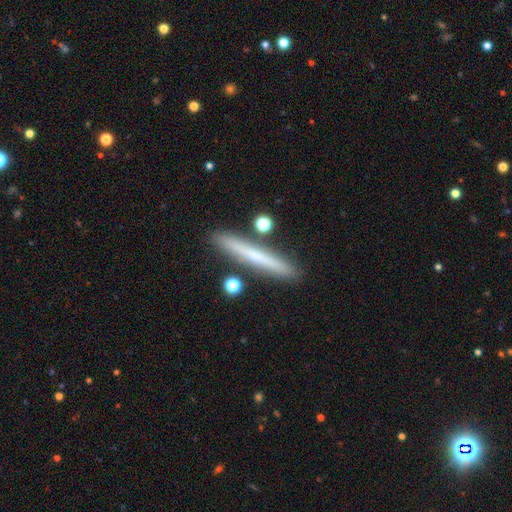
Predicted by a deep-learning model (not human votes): Smooth or featured: smooth — 52% (featured or disk — 40%)
How rounded: cigar-shaped — 95% (in between — 4%)
Merging: none — 86% (minor disturbance — 8%)